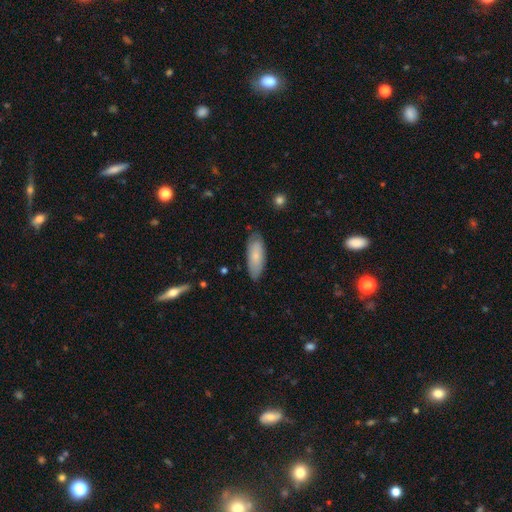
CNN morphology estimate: A smooth galaxy with no disk features (76%) that is in between round and cigar-shaped (73%). Merging: none (79%).